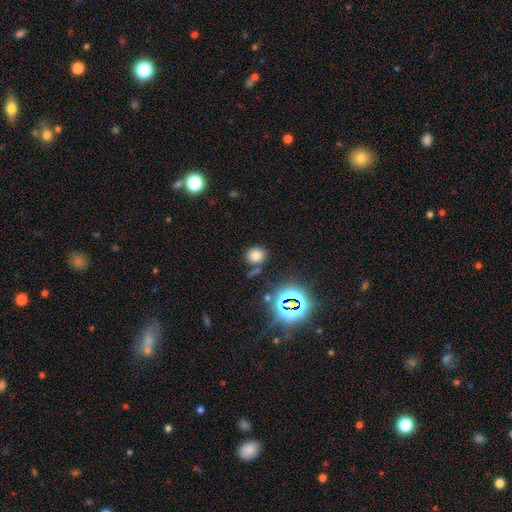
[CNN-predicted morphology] Q: Smooth or featured?
A: smooth (71%); runner-up: star or artifact (21%)
Q: How rounded?
A: round (74%); runner-up: in between (25%)
Q: Merging?
A: none (74%); runner-up: minor disturbance (12%)